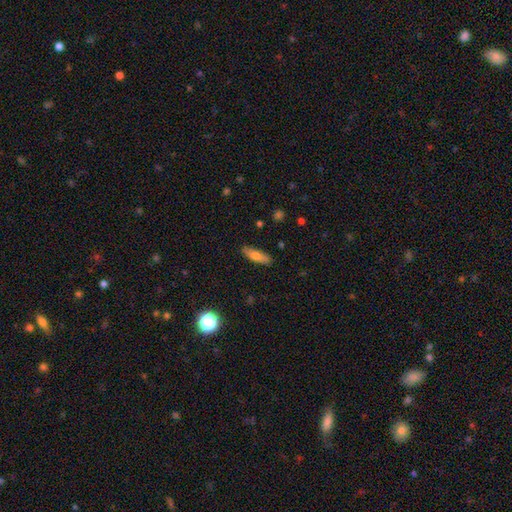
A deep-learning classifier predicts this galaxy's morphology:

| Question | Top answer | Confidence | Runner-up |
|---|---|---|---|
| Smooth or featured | smooth | 72% | featured or disk (21%) |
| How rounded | cigar-shaped | 53% | in between (45%) |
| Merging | none | 86% | minor disturbance (11%) |